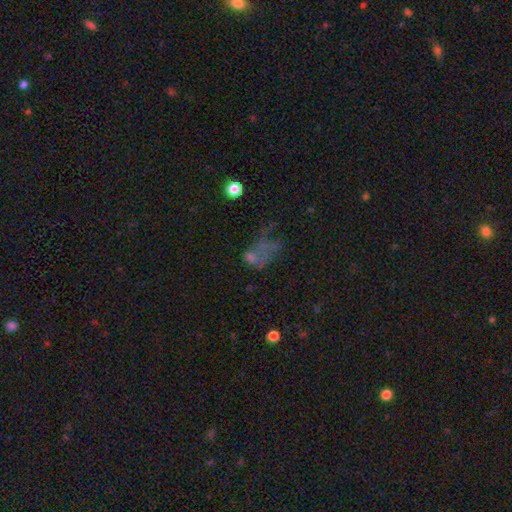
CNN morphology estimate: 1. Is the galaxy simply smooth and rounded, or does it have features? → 41% smooth, 33% featured or disk, 26% star or artifact.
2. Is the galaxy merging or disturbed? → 43% major disturbance, 26% none, 16% minor disturbance, 15% merger.